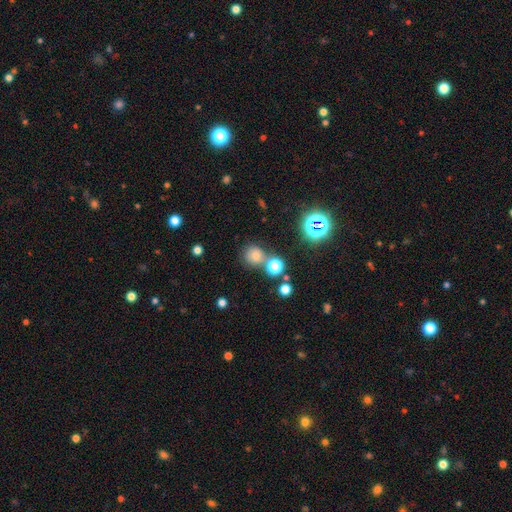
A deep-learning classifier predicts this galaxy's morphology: smooth 65%, star or artifact 25%, featured or disk 10%. Down the decision tree: how rounded — round (87%); merging — none (64%).